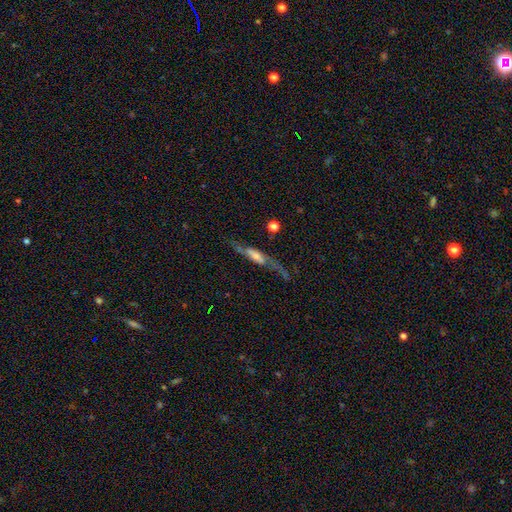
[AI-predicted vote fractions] Morphology: type=featured or disk (73%); edge-on=no (51%); merging=none (55%).